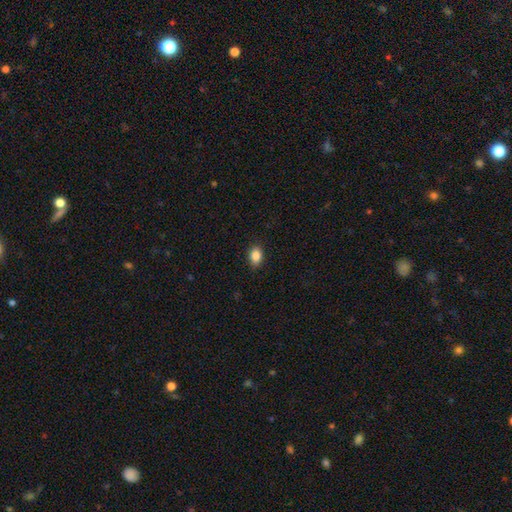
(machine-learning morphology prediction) A smooth galaxy with no disk features (87%) that is in between round and cigar-shaped (75%). Merging: none (88%).